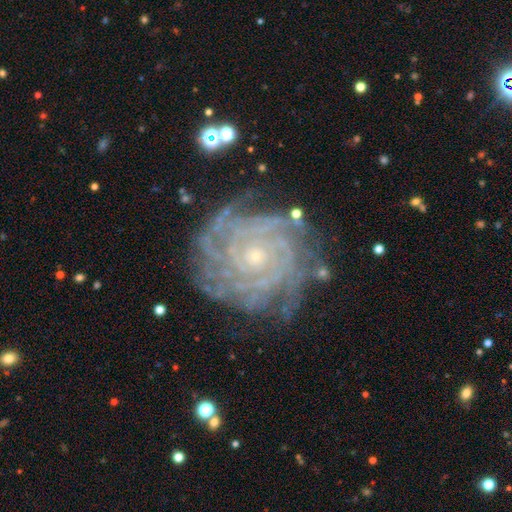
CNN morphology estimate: Smooth or featured? featured or disk (87%)
Edge-on disk? no (97%)
Bar? no (79%)
Spiral arms? yes (97%)
Spiral winding? tight (83%)
Spiral arm count? can't tell (25%)
Bulge size? small (78%)
Merging? none (76%)